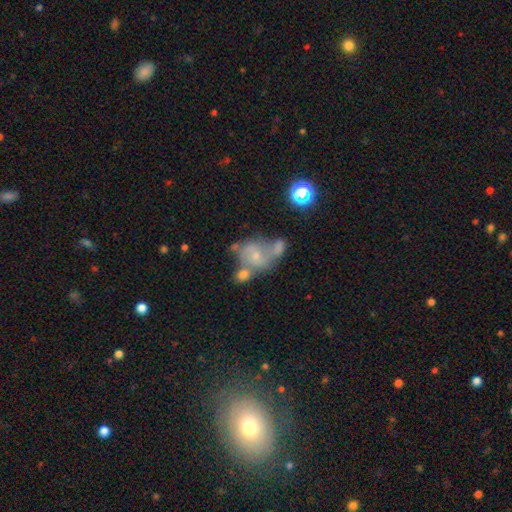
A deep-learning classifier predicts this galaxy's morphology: Overall: featured or disk (59%; smooth 28%). Edge-on disk: no (97%). Bar: no (67%). Spiral arms: yes (73%). Bulge size: small (63%; moderate 26%). Merging: merger (44%; none 26%).